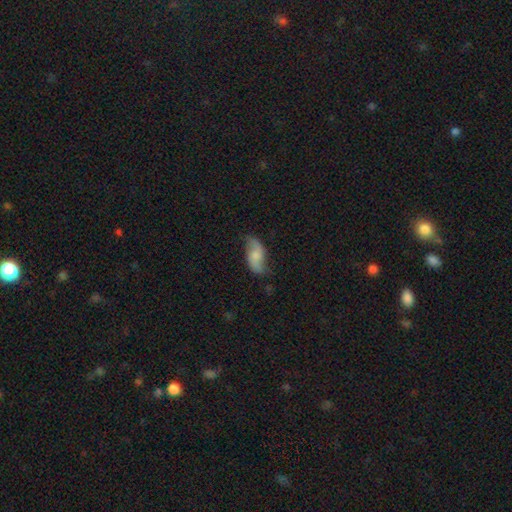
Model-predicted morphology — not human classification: Overall: featured or disk (54%; smooth 39%). Edge-on disk: no (94%). Bar: no (60%; weak 33%). Spiral arms: yes (89%). Bulge size: moderate (36%; small 34%). Merging: none (68%).